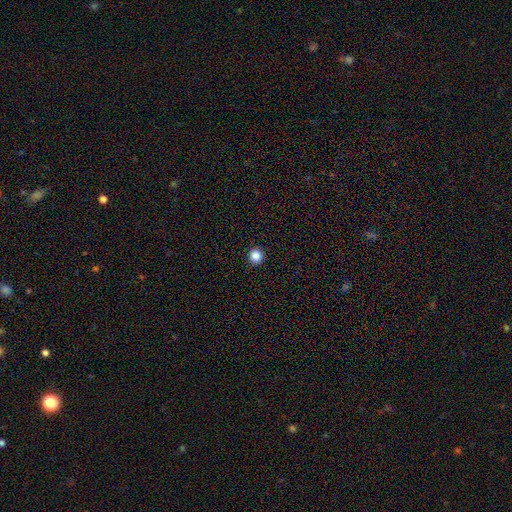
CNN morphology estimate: A smooth galaxy with no disk features (86%) that is round (94%).

Vote fractions:
- Smooth or featured? smooth: 86% / star or artifact: 11% / featured or disk: 3%
- How rounded? round: 94% / in between: 5% / cigar-shaped: 1%
- Merging? none: 94% / minor disturbance: 4% / major disturbance: 1% / merger: 1%